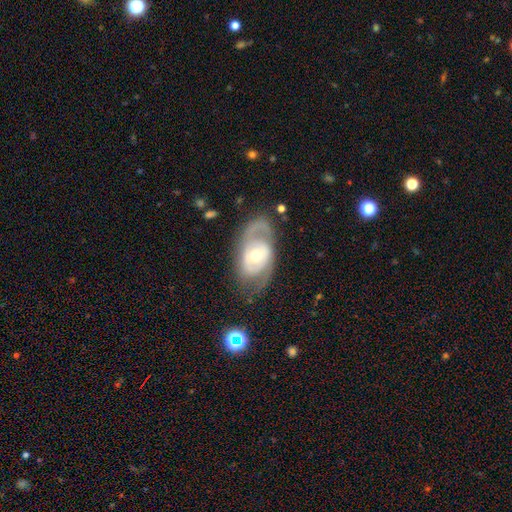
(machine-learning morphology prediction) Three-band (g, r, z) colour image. It shows a featured or disk galaxy (75%) with no bar (67%), 2 (60%) tight (42%) spiral arms (72%) and a moderate central bulge (64%). Merging: none (65%).